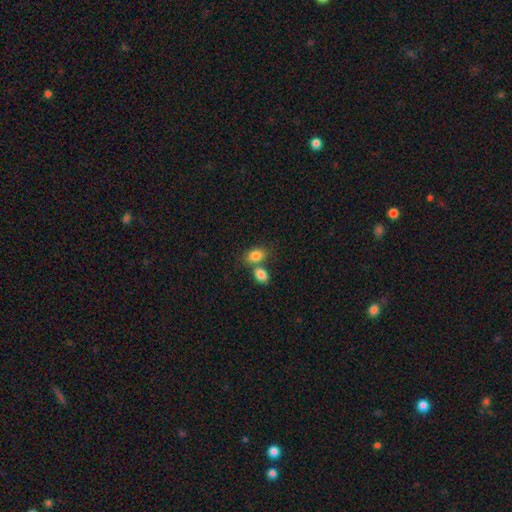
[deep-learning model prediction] A smooth galaxy with no disk features (84%) that is in between round and cigar-shaped (78%).

Vote fractions:
- Smooth or featured? smooth: 84% / star or artifact: 9% / featured or disk: 8%
- How rounded? in between: 78% / round: 20% / cigar-shaped: 1%
- Merging? none: 44% (tied) / merger: 44% (tied) / minor disturbance: 9% / major disturbance: 3%